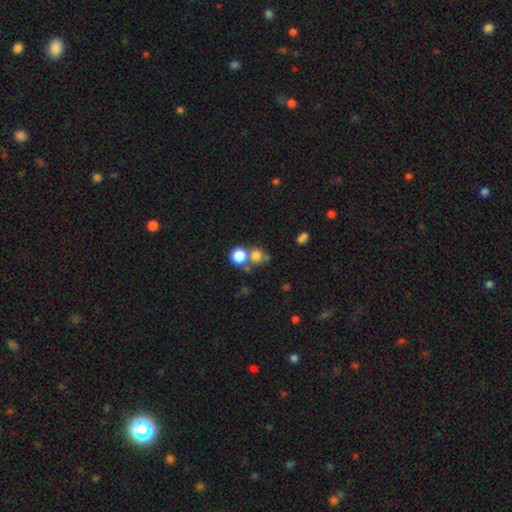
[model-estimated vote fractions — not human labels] smooth-or-featured: smooth: 76% | star or artifact: 15% | featured or disk: 9%
  how-rounded: round: 86% | in between: 13% | cigar-shaped: 1%
  merging: none: 52% | merger: 35% | minor disturbance: 8% | major disturbance: 5%